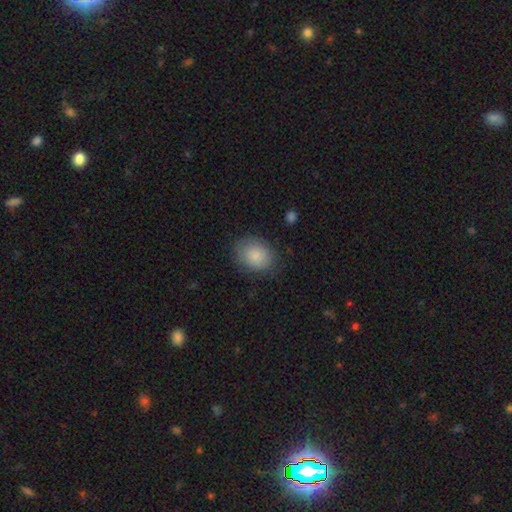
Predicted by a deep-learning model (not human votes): This is clearly a smooth galaxy (87%). How rounded: possibly in between (54%). Merging: likely none (78%).